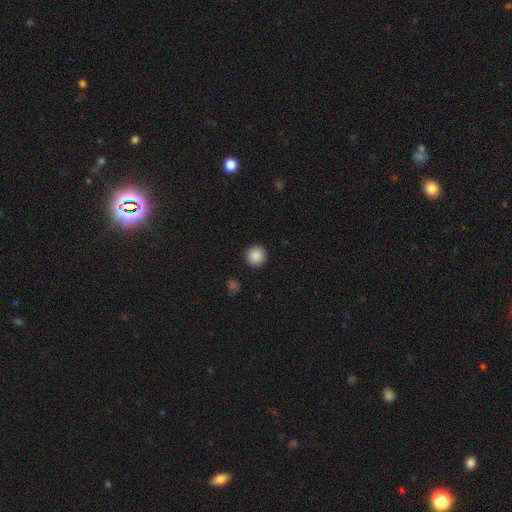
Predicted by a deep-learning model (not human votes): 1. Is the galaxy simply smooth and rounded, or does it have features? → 88% smooth, 9% star or artifact, 3% featured or disk.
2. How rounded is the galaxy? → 95% round, 4% in between, 1% cigar-shaped.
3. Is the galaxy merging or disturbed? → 92% none, 5% minor disturbance, 2% major disturbance, 1% merger.